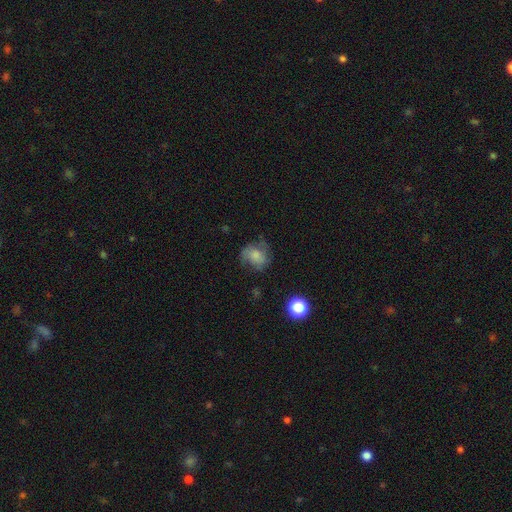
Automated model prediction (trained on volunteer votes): This appears to be a smooth galaxy with no disk features (62%) that is round (63%). Merging: none (52%).